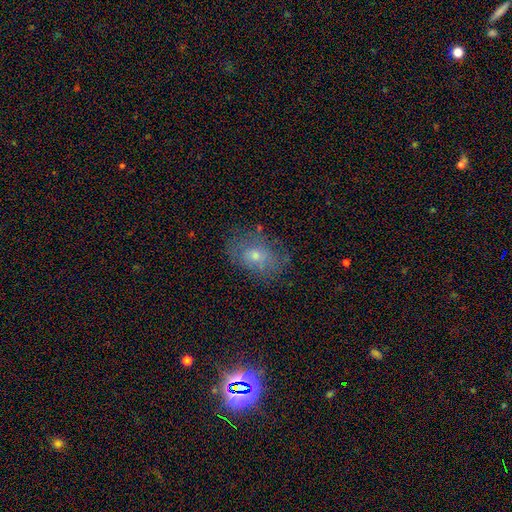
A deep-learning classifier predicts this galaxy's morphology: smooth 47%, featured or disk 37%, star or artifact 16%. Down the decision tree: merging — none (64%).